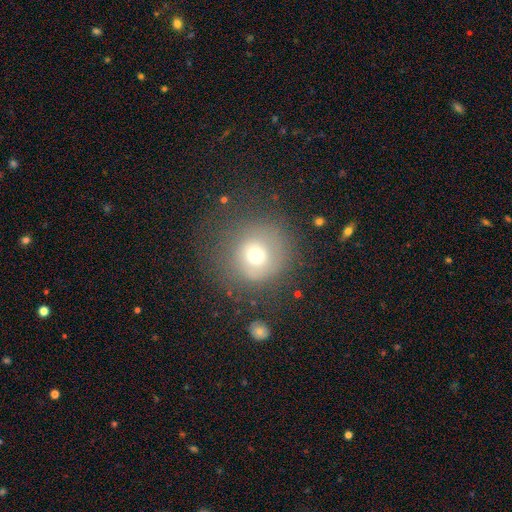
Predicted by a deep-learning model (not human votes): A smooth galaxy with no disk features (66%) that is round (91%). Merging: none (65%).